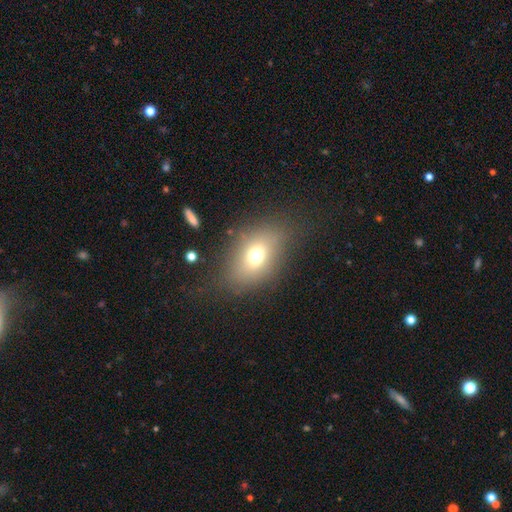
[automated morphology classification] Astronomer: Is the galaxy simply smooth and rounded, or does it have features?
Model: smooth — 67%.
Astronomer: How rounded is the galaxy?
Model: in between — 74%.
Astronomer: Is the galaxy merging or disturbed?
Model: none — 78%.